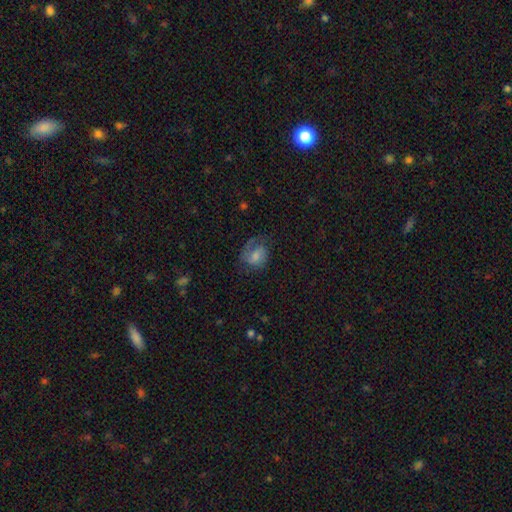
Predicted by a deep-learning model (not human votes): This is possibly a smooth galaxy (52%). How rounded: possibly in between (52%). Merging: marginally none (43%).